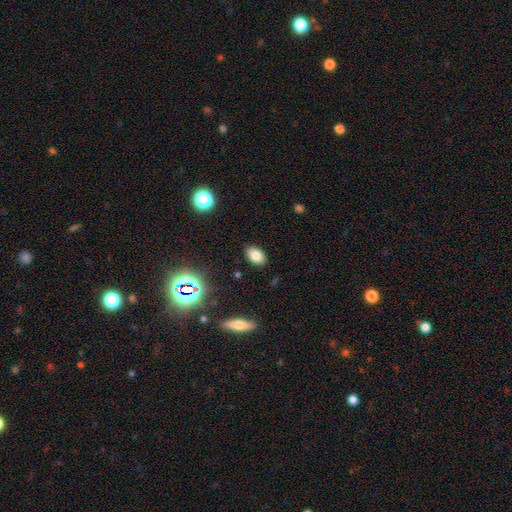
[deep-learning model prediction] smooth-or-featured: smooth: 79% | star or artifact: 12% | featured or disk: 8%
  how-rounded: in between: 85% | round: 14% | cigar-shaped: 1%
  merging: none: 88% | minor disturbance: 8% | major disturbance: 2% | merger: 1%